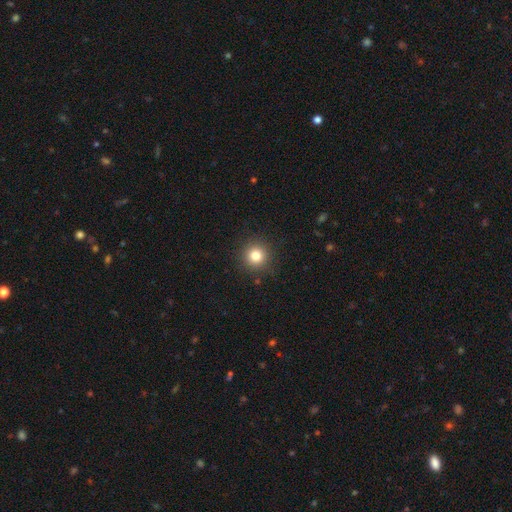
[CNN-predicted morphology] This appears to be a smooth galaxy with no disk features (81%) that is round (95%). Merging: none (91%).